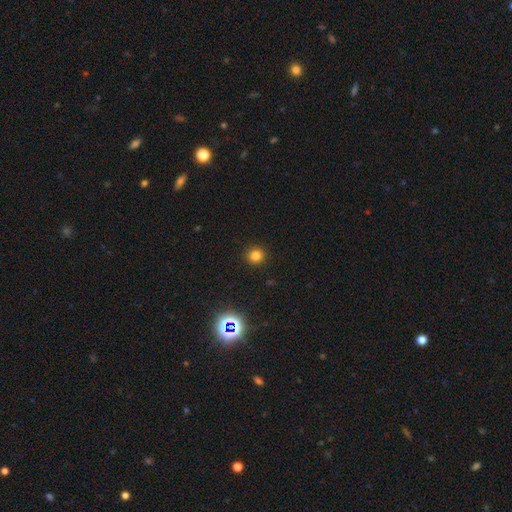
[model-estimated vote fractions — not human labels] A smooth galaxy with no disk features (79%) that is round (93%). Merging: none (92%).